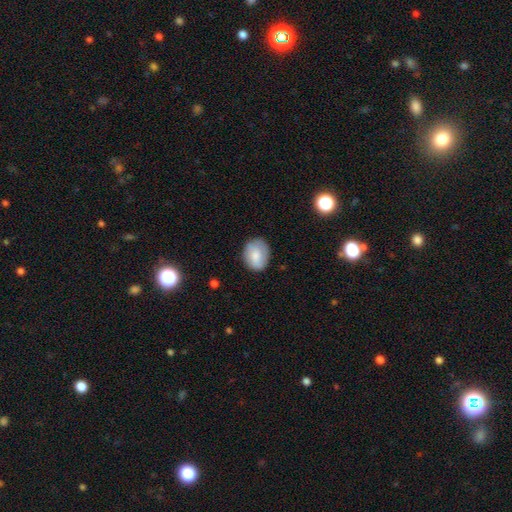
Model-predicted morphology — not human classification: Overall: smooth (77%). How rounded: in between (53%; round 46%). Merging: none (78%).